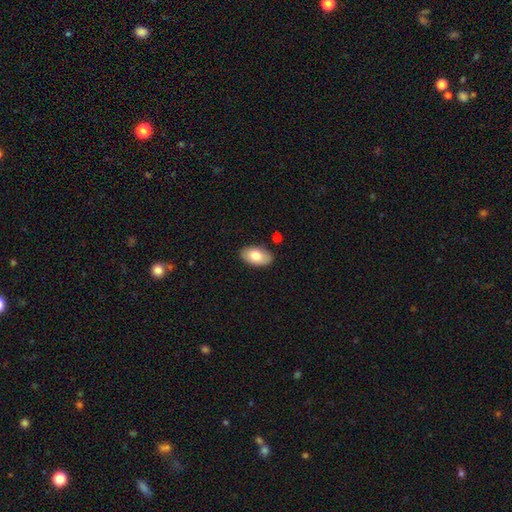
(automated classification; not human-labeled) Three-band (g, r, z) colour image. It shows a smooth galaxy with no disk features (77%) that is in between round and cigar-shaped (94%). Merging: none (85%).